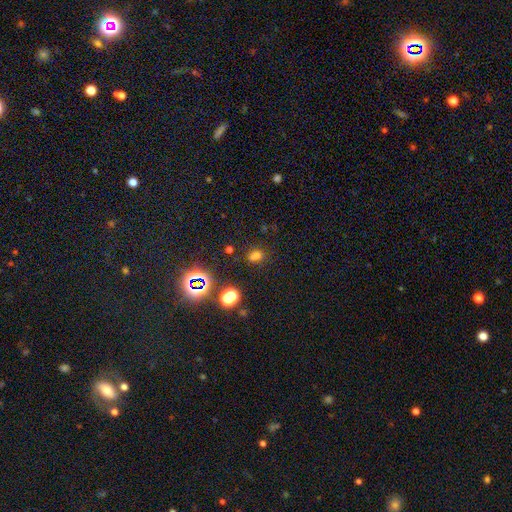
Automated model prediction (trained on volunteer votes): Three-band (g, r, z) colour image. It shows a smooth galaxy with no disk features (58%) that is in between round and cigar-shaped (49%, tied with round). Merging: none (66%).